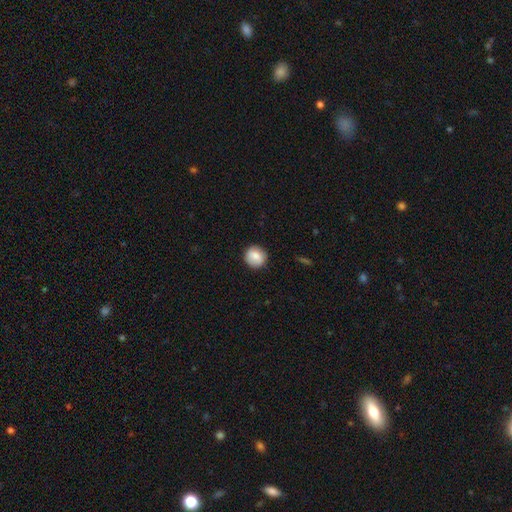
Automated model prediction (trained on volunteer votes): Smooth or featured: smooth — 84% (featured or disk — 9%)
How rounded: round — 91% (in between — 8%)
Merging: none — 90% (minor disturbance — 7%)